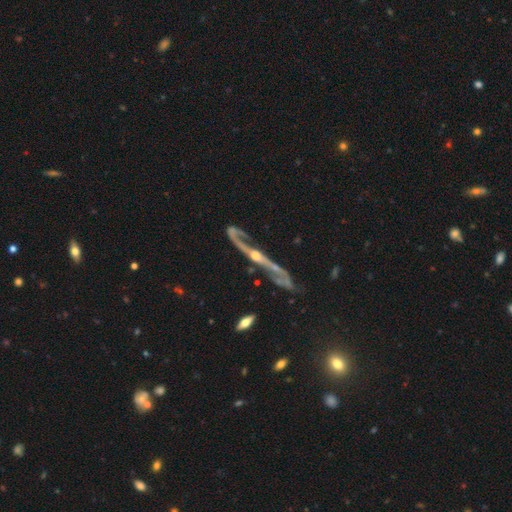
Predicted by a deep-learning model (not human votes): Smooth or featured? featured or disk (90%)
Edge-on disk? no (59%)
Bar? no (49%)
Spiral arms? yes (93%)
Bulge size? moderate (54%)
Merging? none (54%)